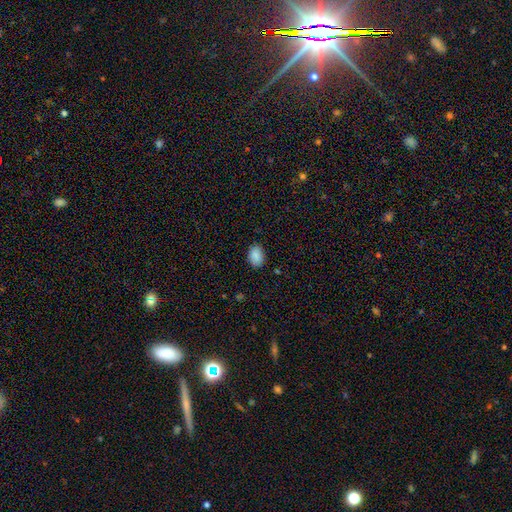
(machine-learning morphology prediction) The model was most divided on "how rounded": in between: 83%, round: 16%, cigar-shaped: 1%. More confident: smooth or featured — smooth (89%); merging — none (86%).